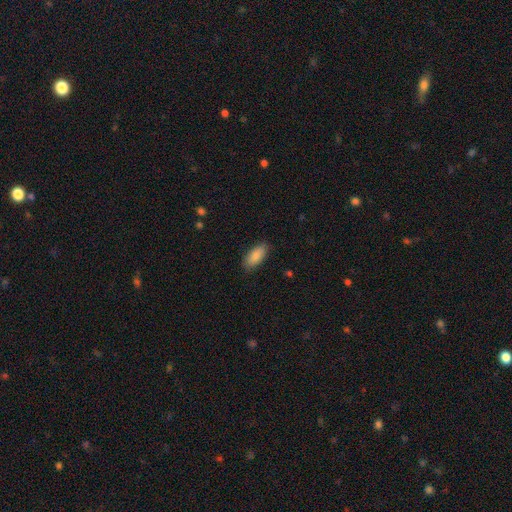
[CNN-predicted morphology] Smooth or featured?
  - smooth: 87% *
  - featured or disk: 7%
  - star or artifact: 6%
How rounded?
  - in between: 89% *
  - cigar-shaped: 9%
  - round: 2%
Merging?
  - none: 85% *
  - minor disturbance: 11%
  - major disturbance: 2%
  - merger: 1%